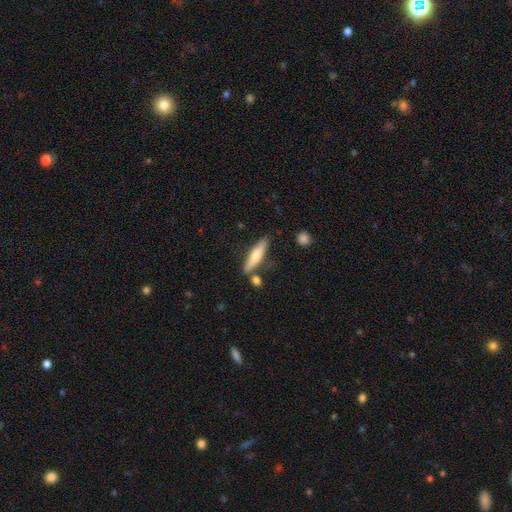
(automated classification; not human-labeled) smooth-or-featured: smooth: 57% | featured or disk: 37% | star or artifact: 6%
  how-rounded: cigar-shaped: 78% | in between: 20% | round: 2%
  merging: none: 75% | minor disturbance: 14% | merger: 8% | major disturbance: 3%